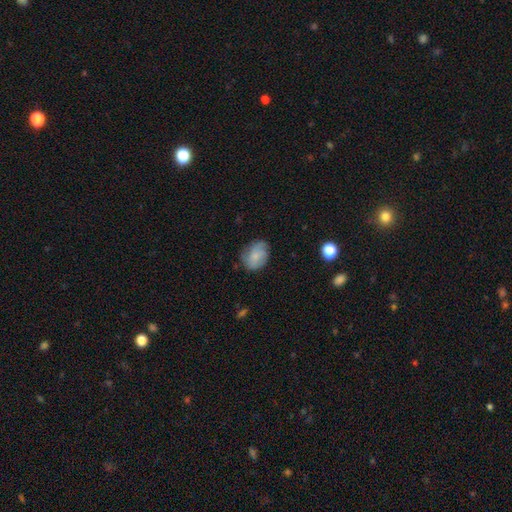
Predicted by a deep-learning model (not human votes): smooth 68%, featured or disk 24%, star or artifact 8%. Down the decision tree: how rounded — in between (54%); merging — none (66%).